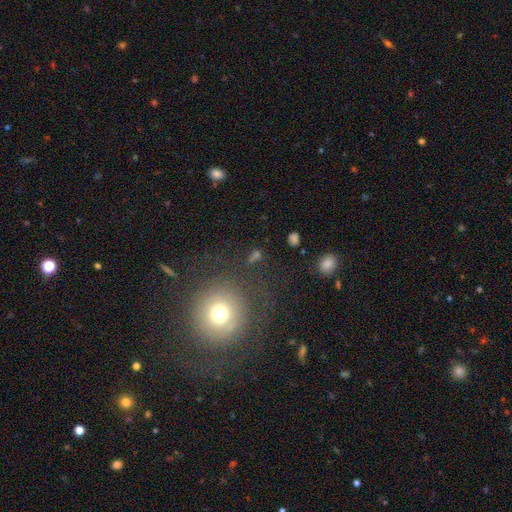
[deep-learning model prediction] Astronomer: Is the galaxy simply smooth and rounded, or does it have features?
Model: smooth — 56%.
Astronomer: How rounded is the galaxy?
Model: round — 77%.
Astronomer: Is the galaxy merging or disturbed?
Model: none — 73%.